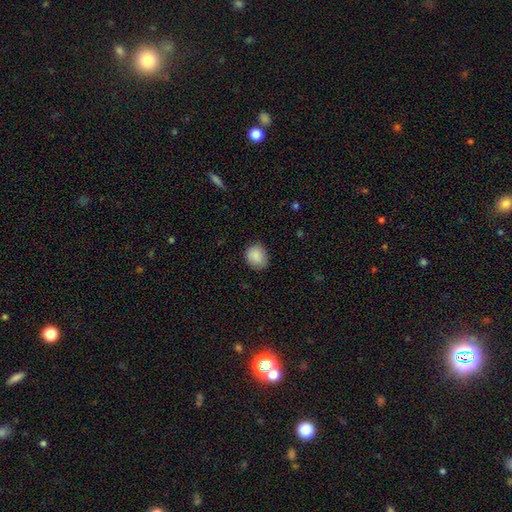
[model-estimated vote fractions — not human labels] Smooth or featured: smooth — 88% (star or artifact — 7%)
How rounded: round — 64% (in between — 35%)
Merging: none — 81% (minor disturbance — 15%)